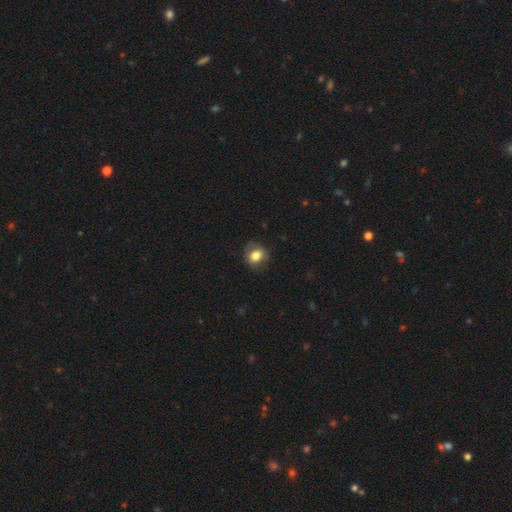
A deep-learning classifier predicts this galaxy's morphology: Smooth or featured: smooth — 79% (featured or disk — 12%)
How rounded: round — 64% (in between — 35%)
Merging: none — 78% (minor disturbance — 16%)